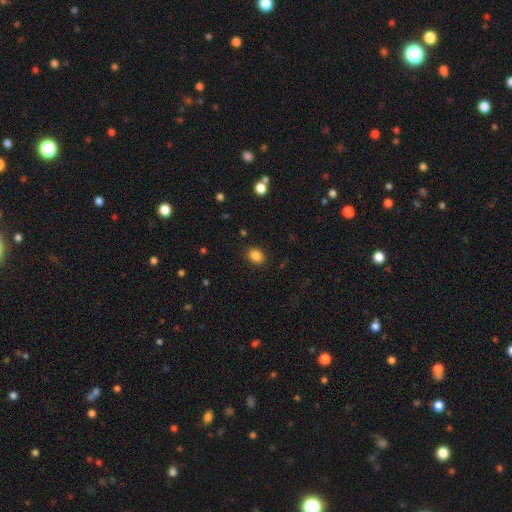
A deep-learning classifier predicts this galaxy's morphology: Q: Smooth or featured?
A: smooth (86%); runner-up: star or artifact (10%)
Q: How rounded?
A: in between (53%); runner-up: round (46%)
Q: Merging?
A: none (88%); runner-up: minor disturbance (8%)